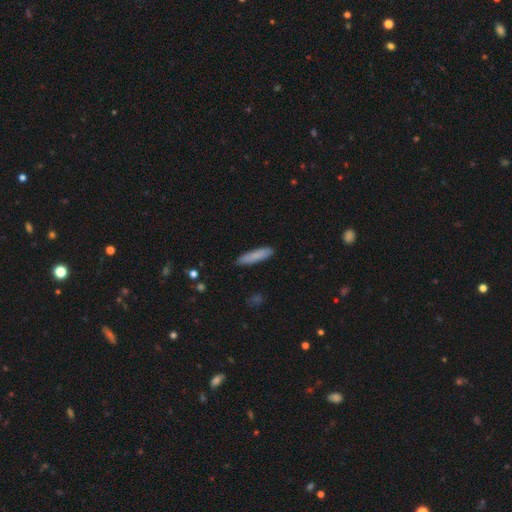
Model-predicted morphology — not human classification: Smooth or featured? smooth (82%)
How rounded? cigar-shaped (81%)
Merging? none (88%)